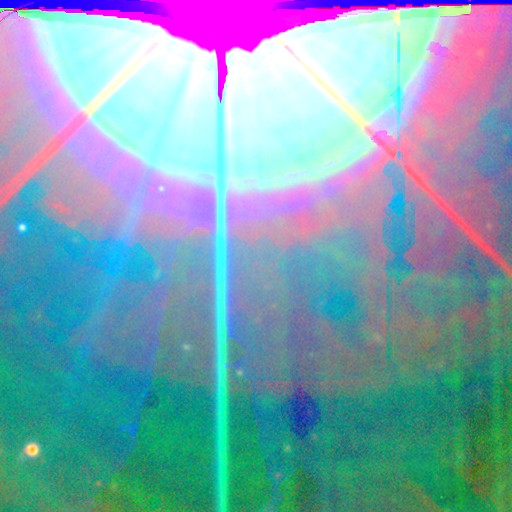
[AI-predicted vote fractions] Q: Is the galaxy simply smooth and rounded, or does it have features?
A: star or artifact — 85%.